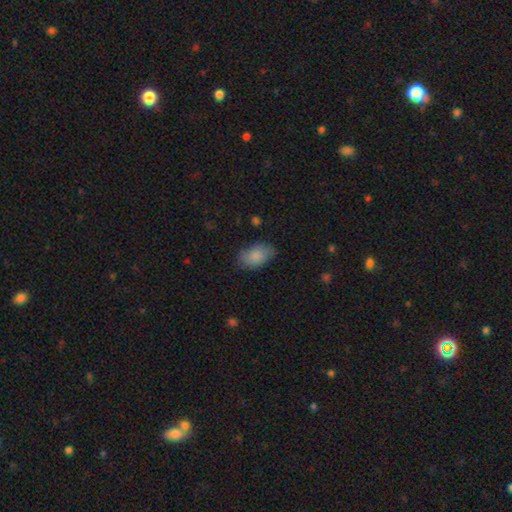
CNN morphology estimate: Q: Smooth or featured?
A: smooth (85%); runner-up: featured or disk (9%)
Q: How rounded?
A: in between (91%); runner-up: round (8%)
Q: Merging?
A: none (75%); runner-up: minor disturbance (19%)